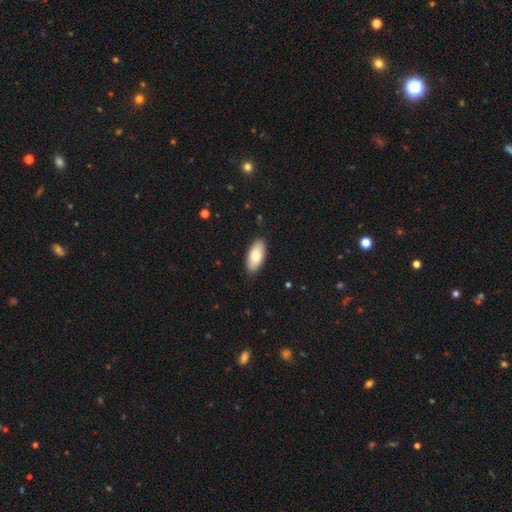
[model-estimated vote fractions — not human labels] smooth_or_featured: smooth (p=0.75) [alt: featured or disk p=0.19]
how_rounded: in between (p=0.91) [alt: cigar-shaped p=0.07]
merging: none (p=0.88) [alt: minor disturbance p=0.09]